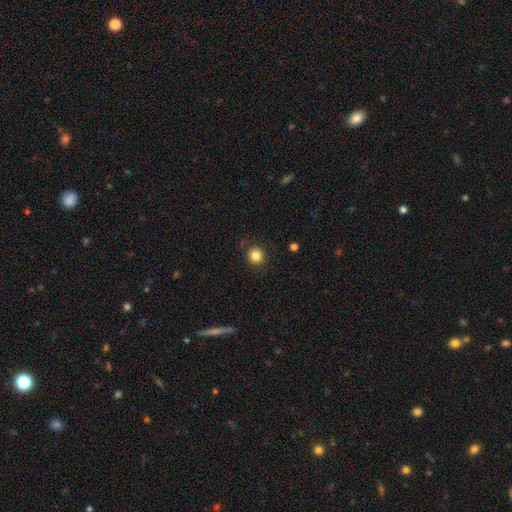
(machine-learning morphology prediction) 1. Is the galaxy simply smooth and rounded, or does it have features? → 84% smooth, 11% star or artifact, 5% featured or disk.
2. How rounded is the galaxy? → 93% round, 6% in between, 1% cigar-shaped.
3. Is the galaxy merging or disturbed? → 88% none, 8% minor disturbance, 3% major disturbance, 1% merger.